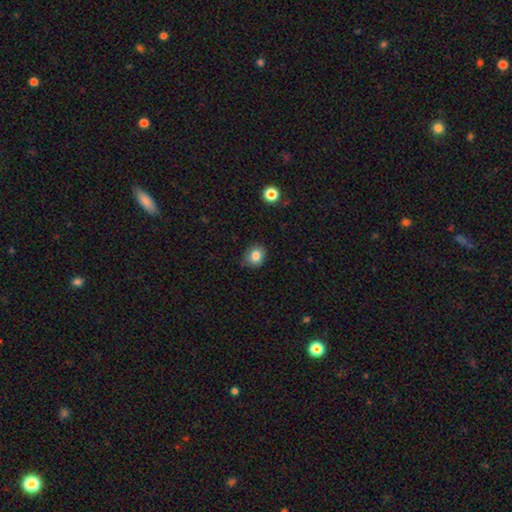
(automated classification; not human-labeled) Smooth or featured: smooth — 83% (star or artifact — 11%)
How rounded: round — 72% (in between — 27%)
Merging: none — 83% (minor disturbance — 13%)